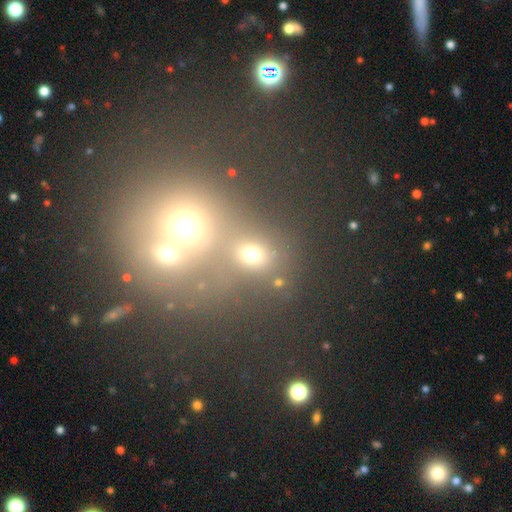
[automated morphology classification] type=smooth (64%); roundness=round (66%); merging=none (54%).